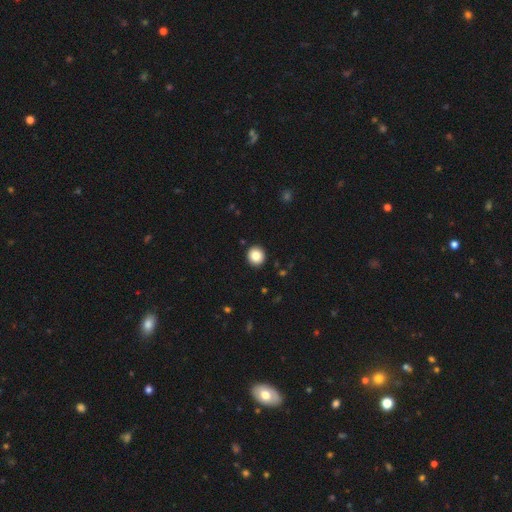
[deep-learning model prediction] smooth_or_featured: smooth (p=0.85) [alt: star or artifact p=0.09]
how_rounded: round (p=0.94) [alt: in between p=0.05]
merging: none (p=0.93) [alt: minor disturbance p=0.04]